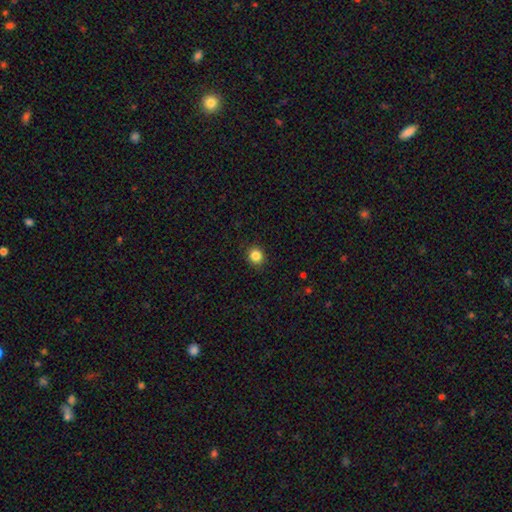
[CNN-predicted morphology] Q: Smooth or featured?
A: smooth (85%); runner-up: star or artifact (11%)
Q: How rounded?
A: round (86%); runner-up: in between (13%)
Q: Merging?
A: none (91%); runner-up: minor disturbance (6%)